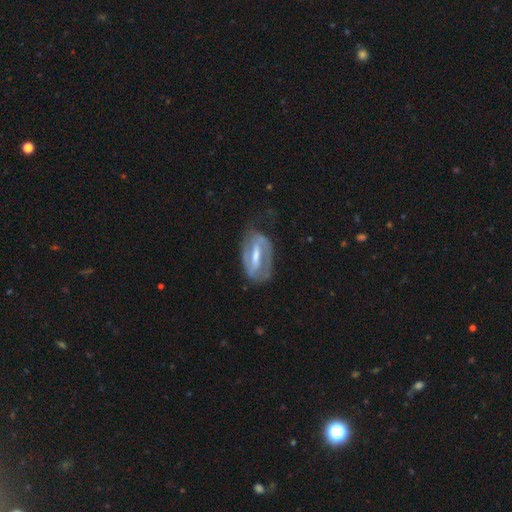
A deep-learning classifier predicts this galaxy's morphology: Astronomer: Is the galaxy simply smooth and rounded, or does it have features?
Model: featured or disk — 84%.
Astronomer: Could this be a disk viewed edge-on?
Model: no — 94%.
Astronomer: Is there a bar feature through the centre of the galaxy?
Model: strong — 69%.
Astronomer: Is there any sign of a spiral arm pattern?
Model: yes — 86%.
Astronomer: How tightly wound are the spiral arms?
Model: medium — 44% (runner-up: tight, 38%).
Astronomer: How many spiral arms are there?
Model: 2 — 84%.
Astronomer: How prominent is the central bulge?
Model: moderate — 49% (runner-up: small, 36%).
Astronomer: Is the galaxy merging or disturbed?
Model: none — 68%.